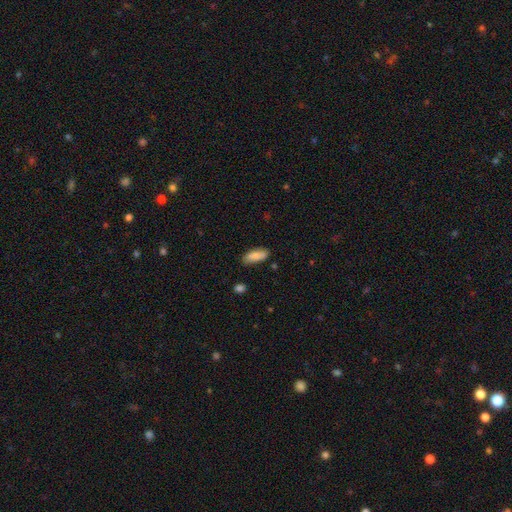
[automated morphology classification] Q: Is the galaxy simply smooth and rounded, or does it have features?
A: smooth — 80%.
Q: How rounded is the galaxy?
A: in between — 79%.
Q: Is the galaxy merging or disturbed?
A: none — 80%.